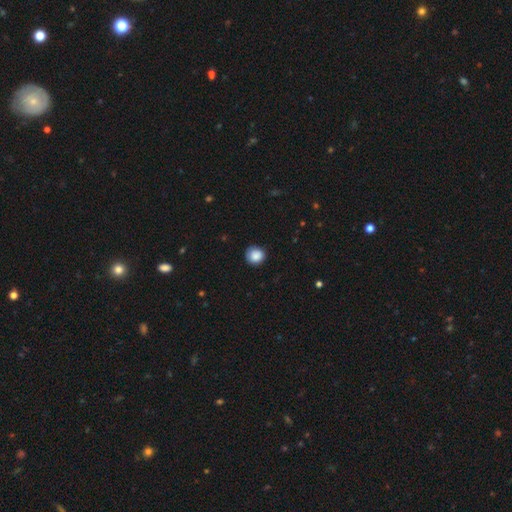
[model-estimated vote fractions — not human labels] Smooth or featured? Predicted: smooth (p=0.86). How rounded? Predicted: round (p=0.90). Merging? Predicted: none (p=0.80).